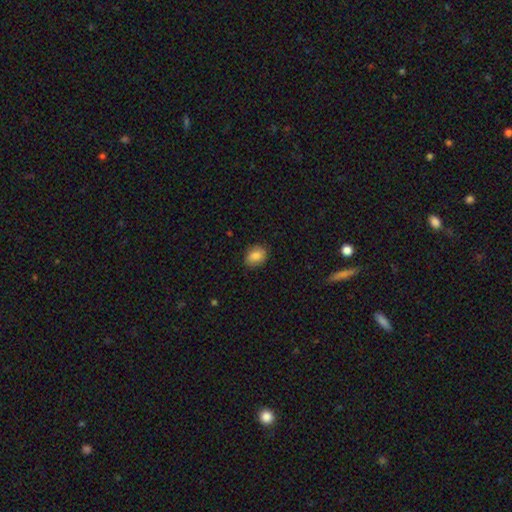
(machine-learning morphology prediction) type=smooth (85%); roundness=in between (66%); merging=none (87%).